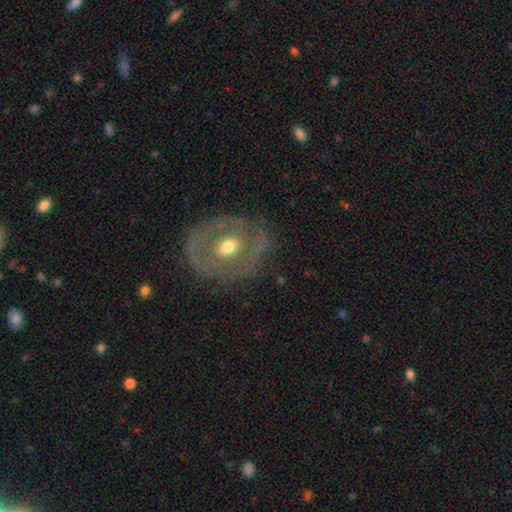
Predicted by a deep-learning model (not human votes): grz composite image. It shows a featured or disk galaxy (69%) with no bar (64%), no spiral arms (60%) and a moderate central bulge (73%). Merging: none (77%).